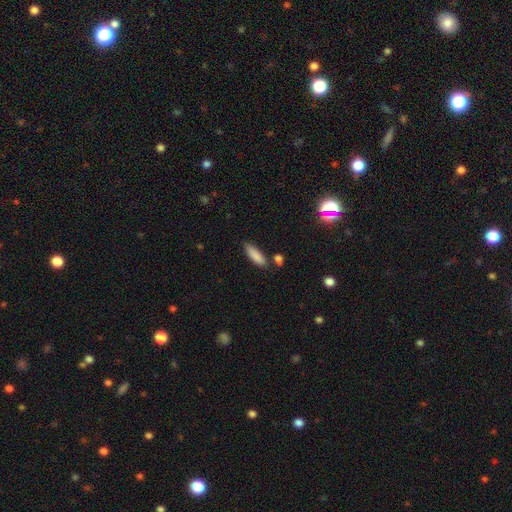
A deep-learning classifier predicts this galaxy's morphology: A smooth galaxy with no disk features (87%) that is in between round and cigar-shaped (50%). Merging: none (78%).